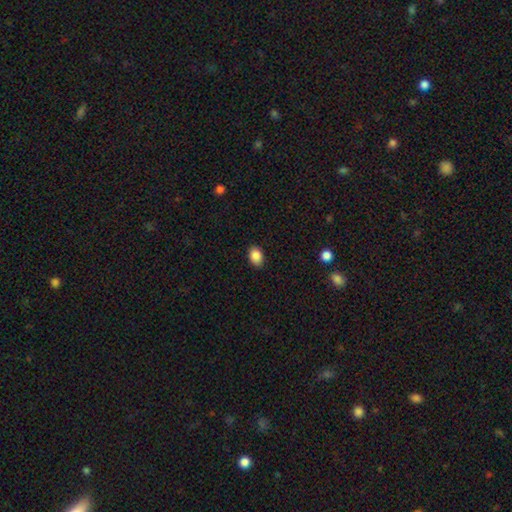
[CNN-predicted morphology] type=smooth (88%); roundness=in between (78%); merging=none (86%).